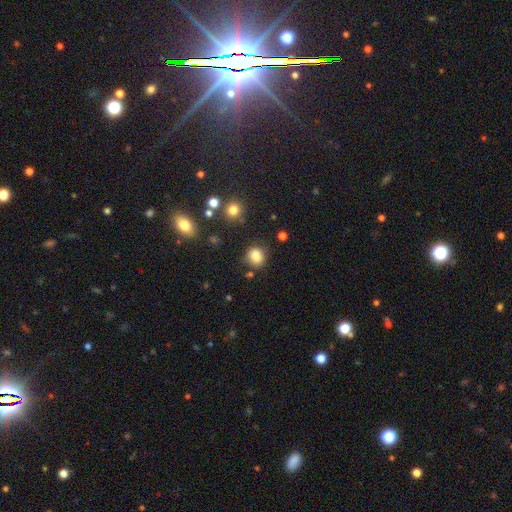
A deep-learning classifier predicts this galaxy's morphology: type=smooth (84%); roundness=round (71%); merging=none (75%).